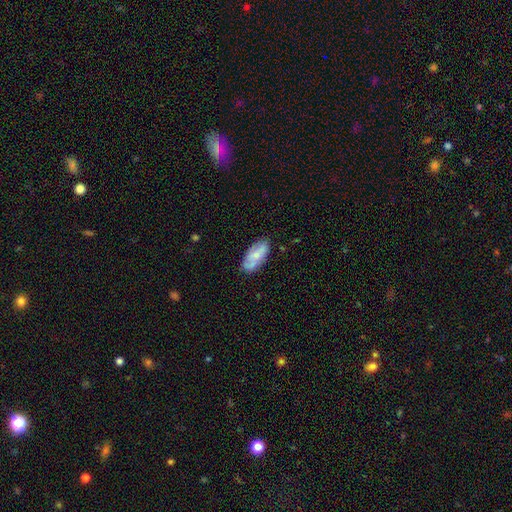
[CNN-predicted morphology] Smooth or featured? Predicted: smooth (p=0.53). How rounded? Predicted: in between (p=0.86). Merging? Predicted: none (p=0.72).